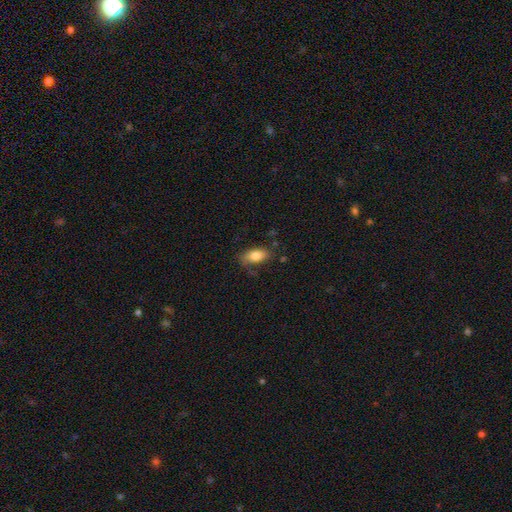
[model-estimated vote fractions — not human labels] A smooth galaxy with no disk features (80%) that is in between round and cigar-shaped (90%). Merging: none (66%).